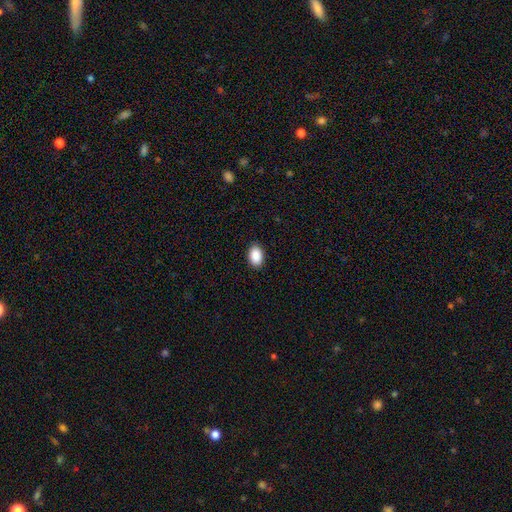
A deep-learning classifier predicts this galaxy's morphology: Smooth or featured: smooth — 90% (star or artifact — 7%)
How rounded: in between — 89% (round — 10%)
Merging: none — 90% (minor disturbance — 7%)